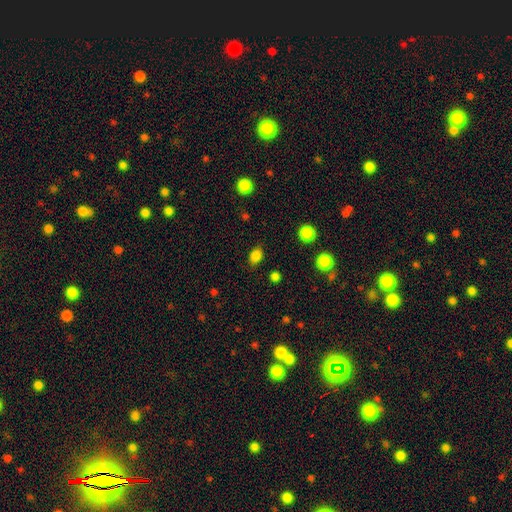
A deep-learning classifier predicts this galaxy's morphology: Smooth or featured?
  - smooth: 84% *
  - star or artifact: 12%
  - featured or disk: 5%
How rounded?
  - in between: 70% *
  - round: 28%
  - cigar-shaped: 2%
Merging?
  - none: 82% *
  - minor disturbance: 13%
  - major disturbance: 4%
  - merger: 2%